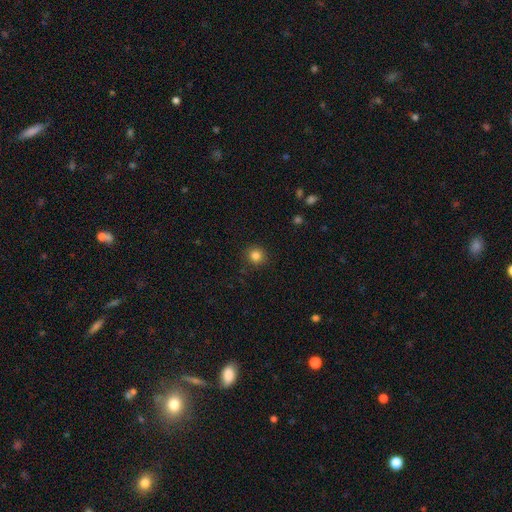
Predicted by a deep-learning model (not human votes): Smooth or featured?
  - smooth: 83% *
  - star or artifact: 12%
  - featured or disk: 5%
How rounded?
  - round: 92% *
  - in between: 7%
  - cigar-shaped: 1%
Merging?
  - none: 90% *
  - minor disturbance: 7%
  - major disturbance: 2%
  - merger: 1%